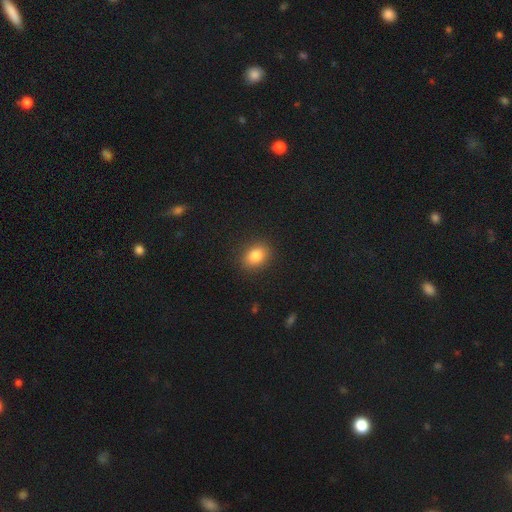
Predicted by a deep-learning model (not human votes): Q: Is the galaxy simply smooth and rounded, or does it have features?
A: smooth — 83%.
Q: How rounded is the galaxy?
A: in between — 62%.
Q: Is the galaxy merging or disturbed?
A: none — 88%.